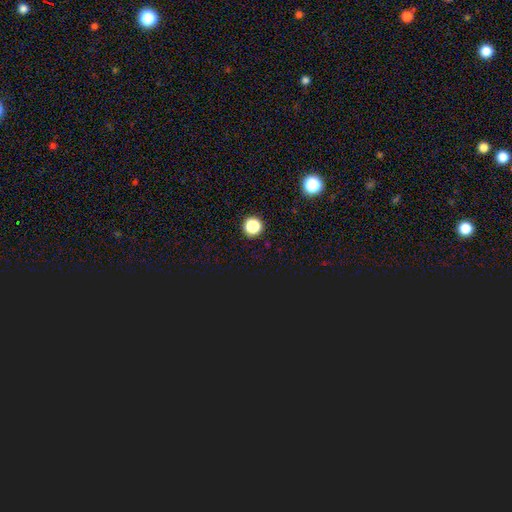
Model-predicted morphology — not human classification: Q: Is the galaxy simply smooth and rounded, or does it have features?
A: smooth — 48%.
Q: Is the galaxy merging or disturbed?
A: none — 91%.